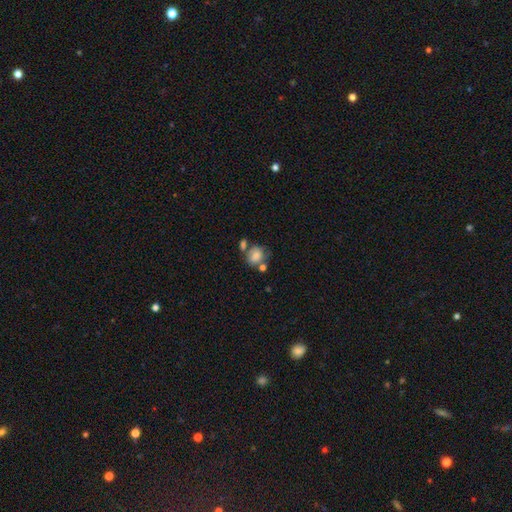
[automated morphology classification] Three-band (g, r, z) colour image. It shows a smooth galaxy with no disk features (77%) that is round (56%). Merging: none (41%).